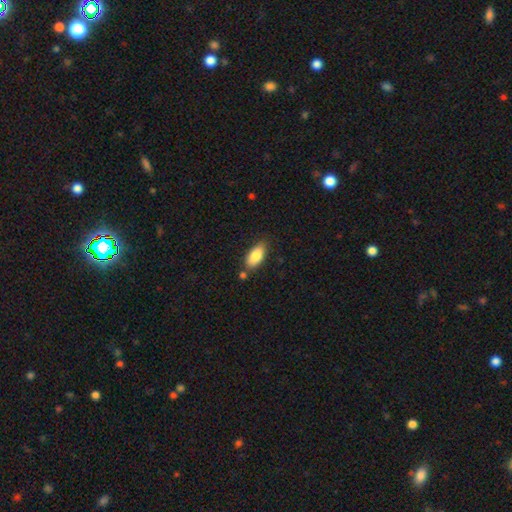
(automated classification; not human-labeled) Smooth or featured? Predicted: smooth (p=0.84). How rounded? Predicted: in between (p=0.89). Merging? Predicted: none (p=0.73).